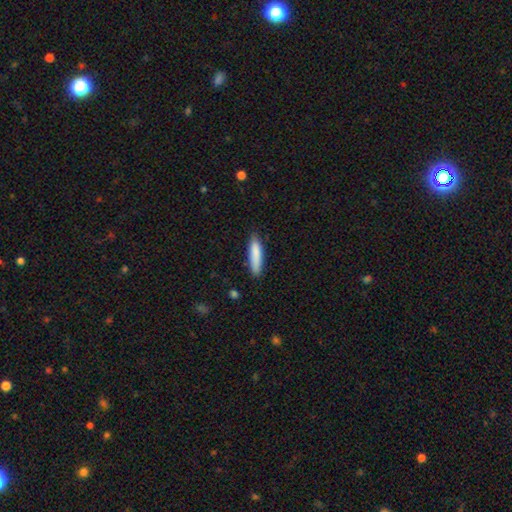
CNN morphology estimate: smooth 85%, featured or disk 10%, star or artifact 6%. Down the decision tree: how rounded — cigar-shaped (77%); merging — none (82%).